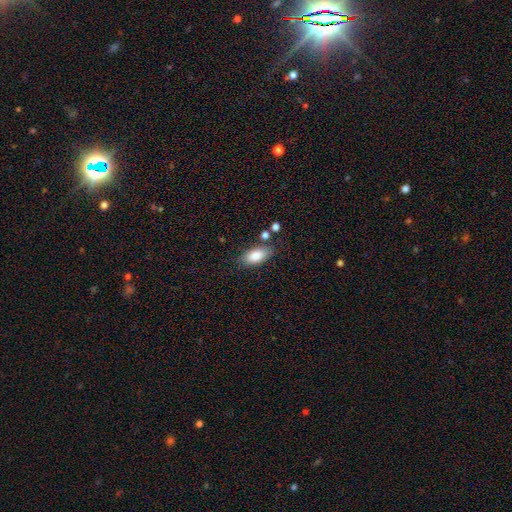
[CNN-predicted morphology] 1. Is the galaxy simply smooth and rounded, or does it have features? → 84% smooth, 9% featured or disk, 7% star or artifact.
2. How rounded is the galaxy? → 90% in between, 7% cigar-shaped, 3% round.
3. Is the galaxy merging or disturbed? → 77% none, 14% minor disturbance, 6% merger, 4% major disturbance.